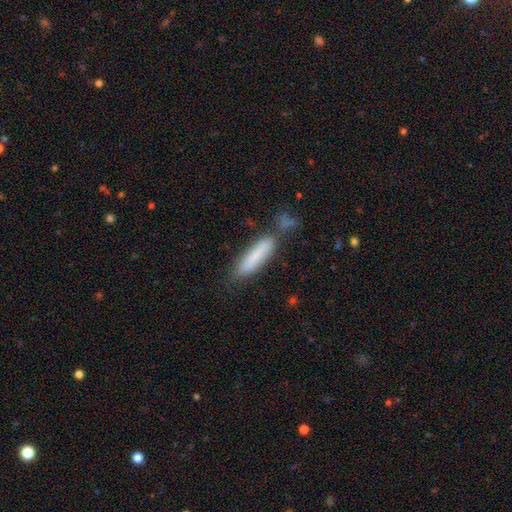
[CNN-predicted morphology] Overall: smooth (77%). How rounded: cigar-shaped (78%). Merging: none (64%).